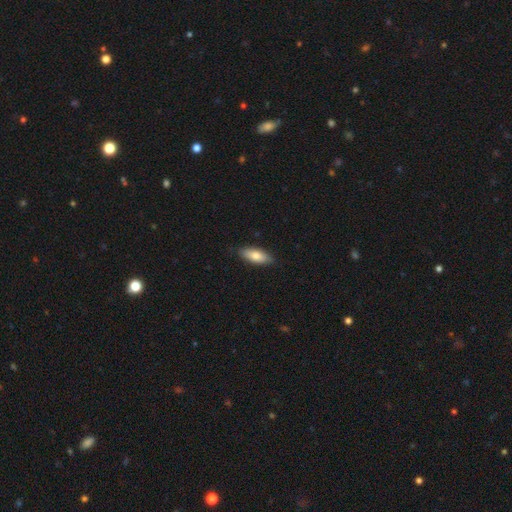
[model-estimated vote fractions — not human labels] The model was most divided on "how rounded": in between: 76%, cigar-shaped: 22%, round: 2%. More confident: merging — none (86%); smooth or featured — smooth (76%).